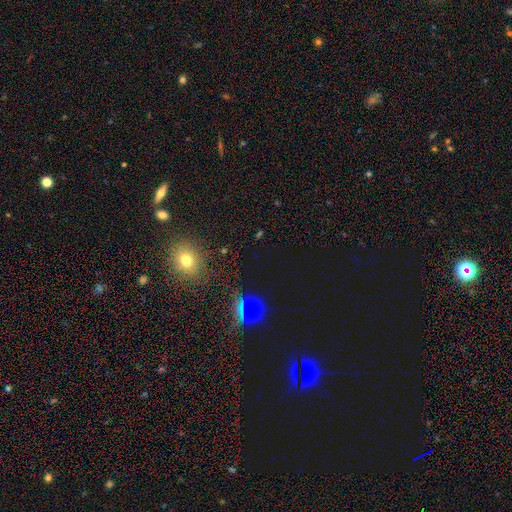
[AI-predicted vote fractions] star or artifact 64%, smooth 28%, featured or disk 8%.